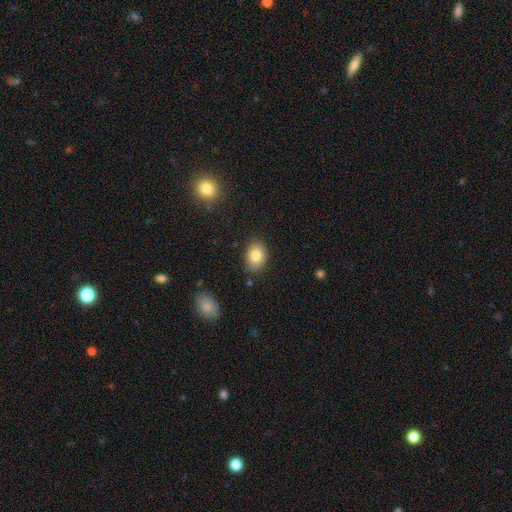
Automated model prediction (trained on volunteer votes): Q: Smooth or featured?
A: smooth (81%); runner-up: featured or disk (11%)
Q: How rounded?
A: in between (75%); runner-up: round (23%)
Q: Merging?
A: none (83%); runner-up: minor disturbance (12%)